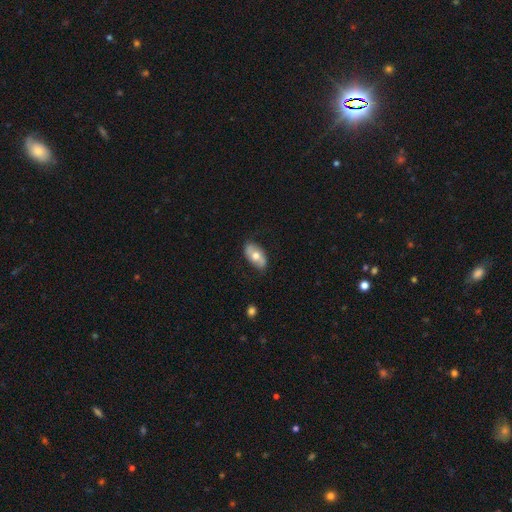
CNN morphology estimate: Overall: smooth (53%; featured or disk 41%). How rounded: in between (92%). Merging: none (80%).